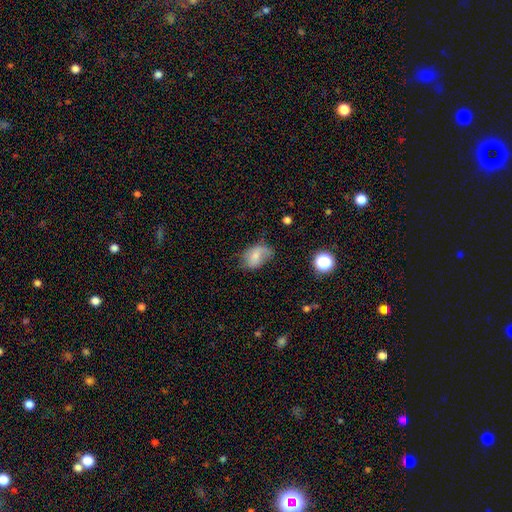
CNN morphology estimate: Smooth or featured: smooth — 65% (featured or disk — 26%)
How rounded: in between — 80% (round — 19%)
Merging: none — 47% (minor disturbance — 36%)